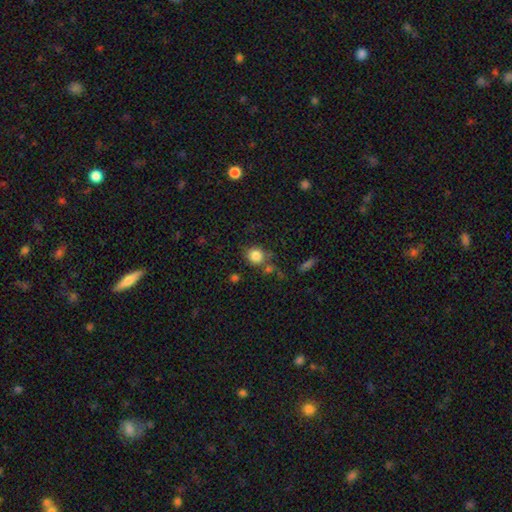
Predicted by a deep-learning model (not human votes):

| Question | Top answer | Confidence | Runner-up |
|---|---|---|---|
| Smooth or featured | smooth | 84% | star or artifact (10%) |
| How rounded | round | 84% | in between (15%) |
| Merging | none | 70% | minor disturbance (14%) |